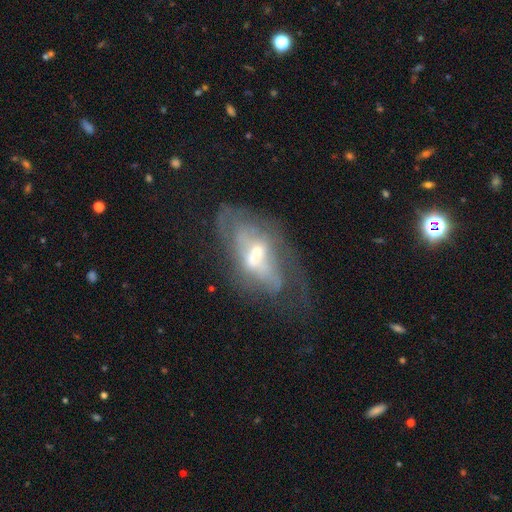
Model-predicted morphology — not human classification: featured or disk 63%, smooth 27%, star or artifact 10%. Down the decision tree: edge-on disk — no (89%); bar — no (45%); spiral arms — no (58%); bulge size — moderate (51%); merging — major disturbance (43%).